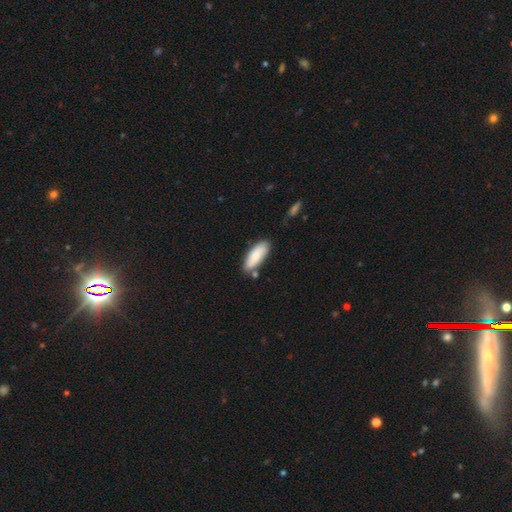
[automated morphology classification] The model was most divided on "how rounded": in between: 70%, cigar-shaped: 28%, round: 2%. More confident: smooth or featured — smooth (84%); merging — none (74%).